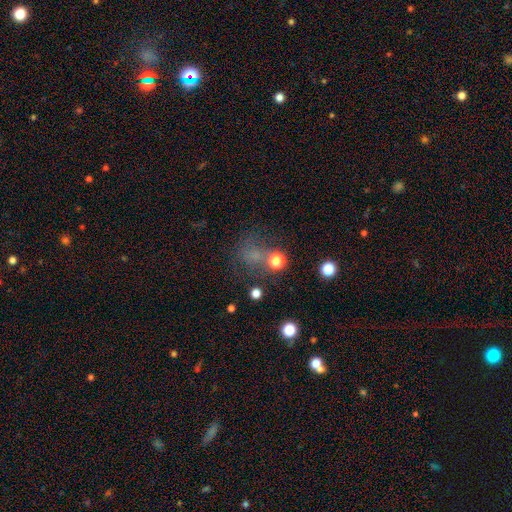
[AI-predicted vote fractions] smooth_or_featured: smooth (p=0.48) [alt: star or artifact p=0.34]
merging: none (p=0.51) [alt: major disturbance p=0.20]